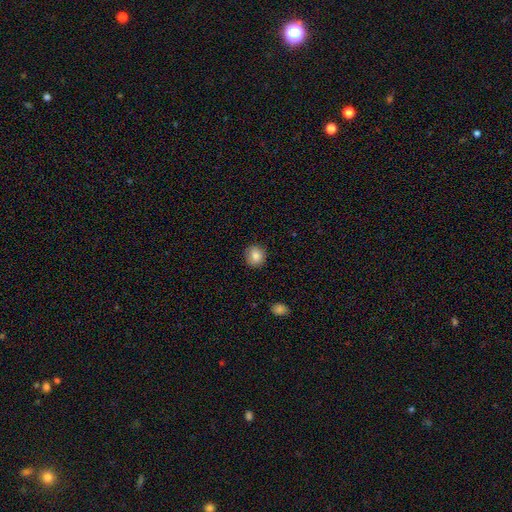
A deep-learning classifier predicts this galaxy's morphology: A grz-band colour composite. It shows a smooth galaxy with no disk features (85%) that is round (89%). Merging: none (89%).